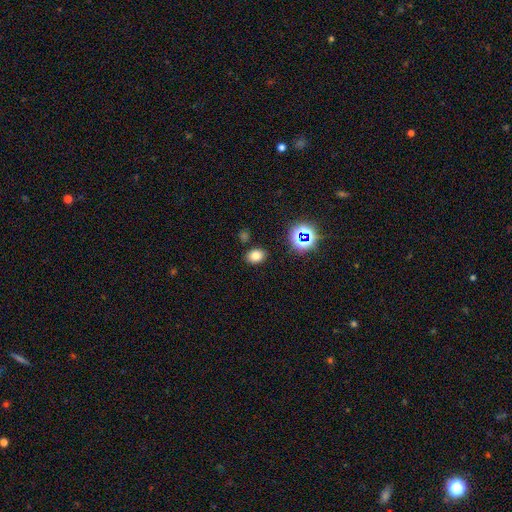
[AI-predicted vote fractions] A smooth galaxy with no disk features (76%) that is in between round and cigar-shaped (61%). Merging: none (85%).